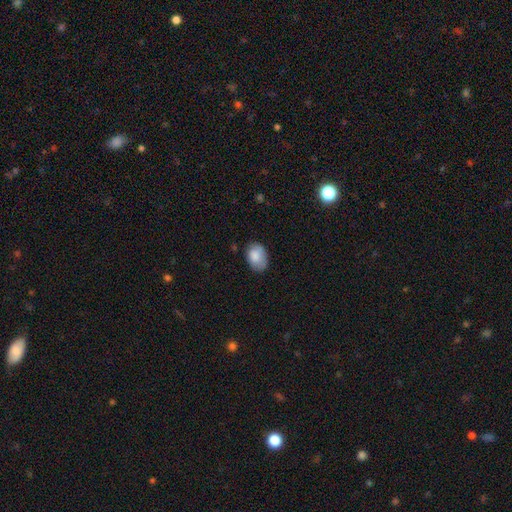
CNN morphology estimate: A smooth galaxy with no disk features (83%) that is in between round and cigar-shaped (80%).

Vote fractions:
- Smooth or featured? smooth: 83% / featured or disk: 9% / star or artifact: 7%
- How rounded? in between: 80% / round: 19% / cigar-shaped: 1%
- Merging? none: 67% / minor disturbance: 25% / major disturbance: 6% / merger: 2%